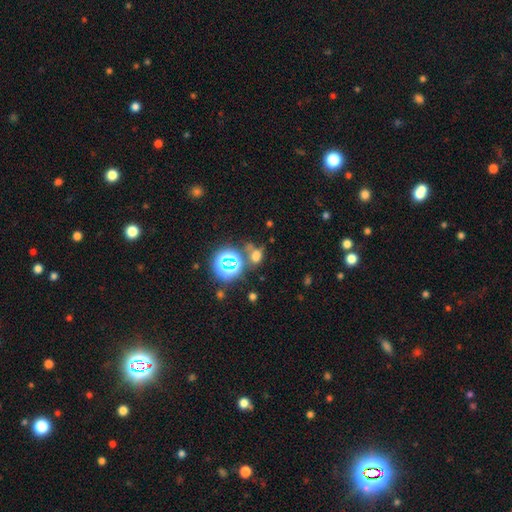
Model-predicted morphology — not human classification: Smooth or featured? smooth (52%)
How rounded? in between (53%)
Merging? none (57%)